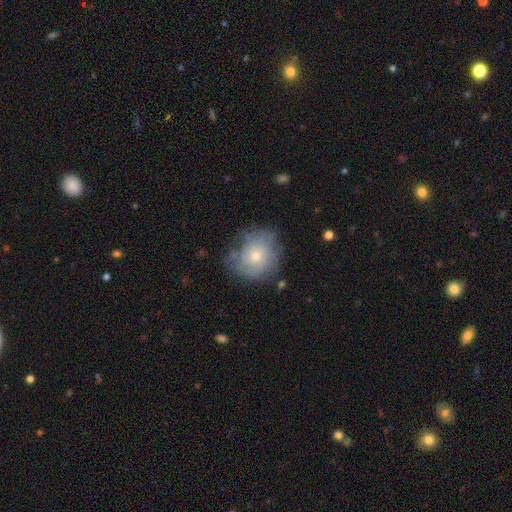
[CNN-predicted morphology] A smooth galaxy with no disk features (50%) that is round (75%). Merging: none (62%).